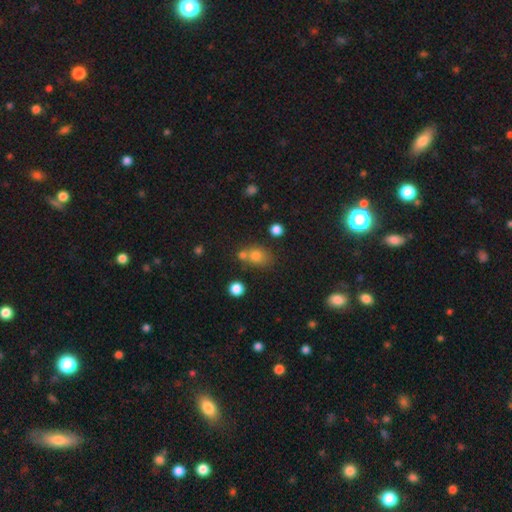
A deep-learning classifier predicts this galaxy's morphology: A smooth galaxy with no disk features (76%) that is round (57%).

Vote fractions:
- Smooth or featured? smooth: 76% / star or artifact: 15% / featured or disk: 10%
- How rounded? round: 57% / in between: 42% / cigar-shaped: 1%
- Merging? none: 53% / merger: 30% / minor disturbance: 13% / major disturbance: 5%